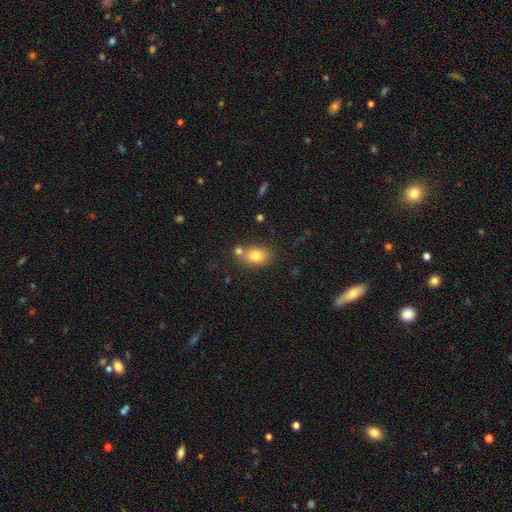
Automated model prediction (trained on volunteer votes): Smooth or featured?
  - smooth: 79% *
  - featured or disk: 11%
  - star or artifact: 10%
How rounded?
  - in between: 69% *
  - round: 29%
  - cigar-shaped: 1%
Merging?
  - none: 62% *
  - merger: 21%
  - minor disturbance: 13%
  - major disturbance: 4%